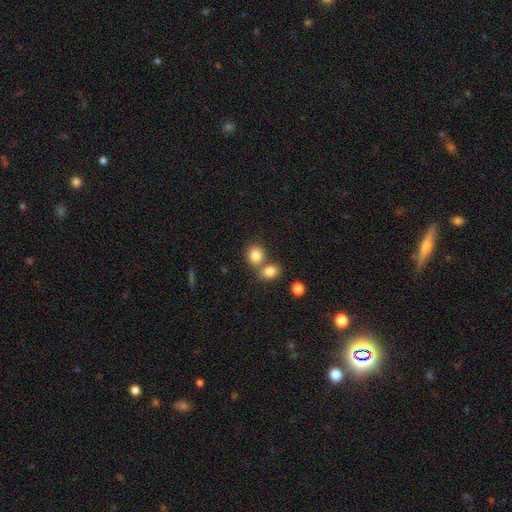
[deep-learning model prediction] Smooth or featured: smooth — 83% (star or artifact — 10%)
How rounded: round — 71% (in between — 28%)
Merging: none — 49% (merger — 40%)